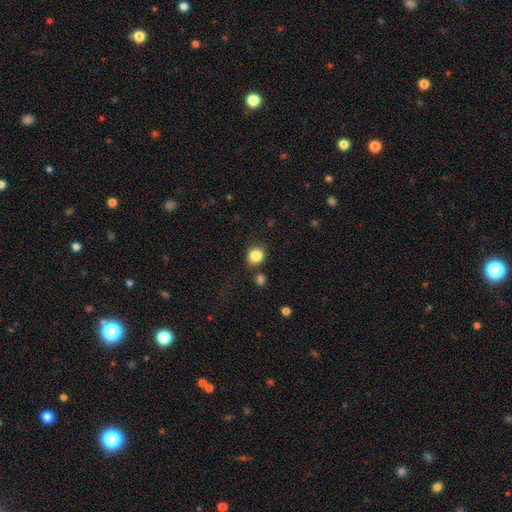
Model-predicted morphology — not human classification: A smooth galaxy with no disk features (85%) that is round (73%).

Vote fractions:
- Smooth or featured? smooth: 85% / star or artifact: 10% / featured or disk: 5%
- How rounded? round: 73% / in between: 26% / cigar-shaped: 1%
- Merging? none: 76% / minor disturbance: 13% / merger: 7% / major disturbance: 4%